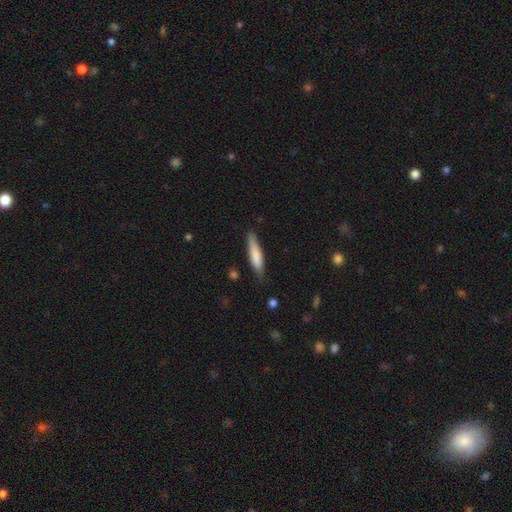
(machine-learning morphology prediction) Smooth or featured?
  - smooth: 76% *
  - featured or disk: 18%
  - star or artifact: 5%
How rounded?
  - cigar-shaped: 83% *
  - in between: 16%
  - round: 1%
Merging?
  - none: 77% *
  - minor disturbance: 18%
  - major disturbance: 3%
  - merger: 2%